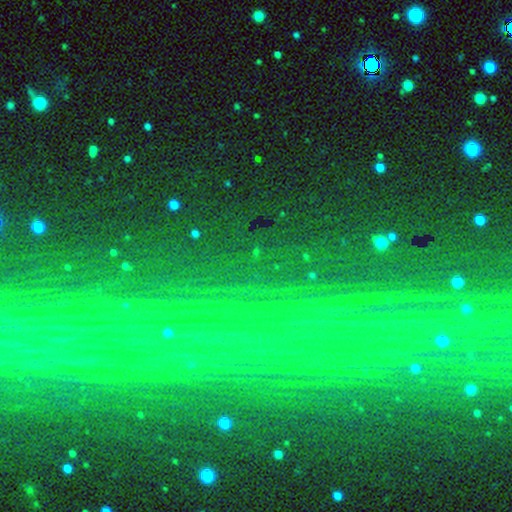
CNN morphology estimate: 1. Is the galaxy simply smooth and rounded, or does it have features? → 85% star or artifact, 7% featured or disk, 7% smooth.